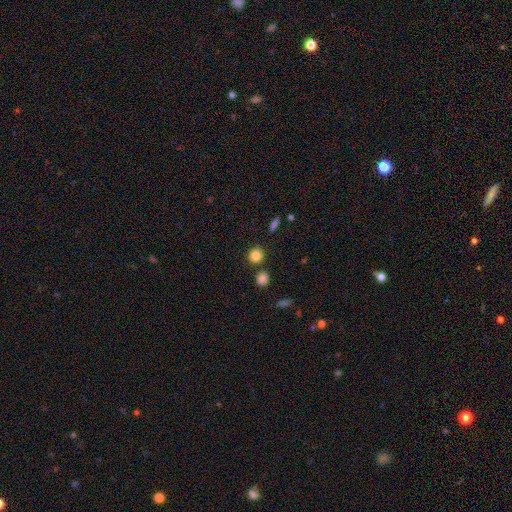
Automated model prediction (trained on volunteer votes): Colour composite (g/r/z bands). It shows a smooth galaxy with no disk features (85%) that is round (88%). Merging: none (80%).